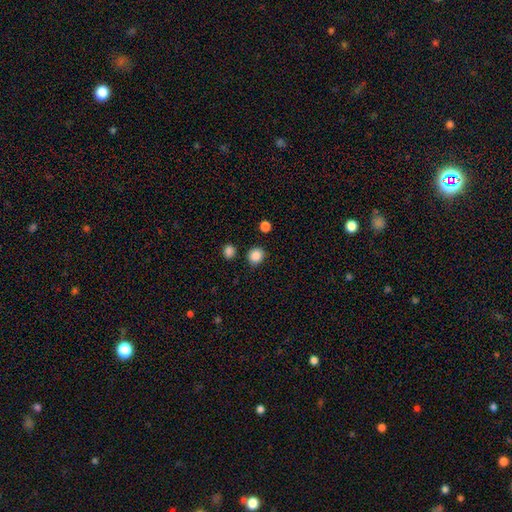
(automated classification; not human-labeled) Q: Smooth or featured?
A: smooth (86%); runner-up: star or artifact (10%)
Q: How rounded?
A: round (81%); runner-up: in between (18%)
Q: Merging?
A: none (85%); runner-up: minor disturbance (9%)